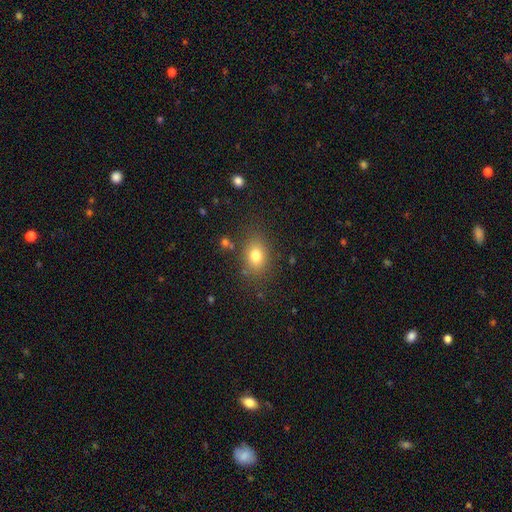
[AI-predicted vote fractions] A smooth galaxy with no disk features (78%) that is in between round and cigar-shaped (73%). Merging: none (80%).